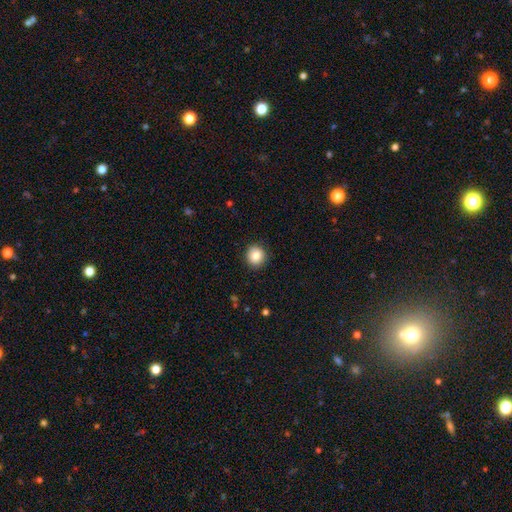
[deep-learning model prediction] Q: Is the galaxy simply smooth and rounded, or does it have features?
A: smooth — 86%.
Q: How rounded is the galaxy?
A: round — 89%.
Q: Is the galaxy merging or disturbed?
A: none — 90%.